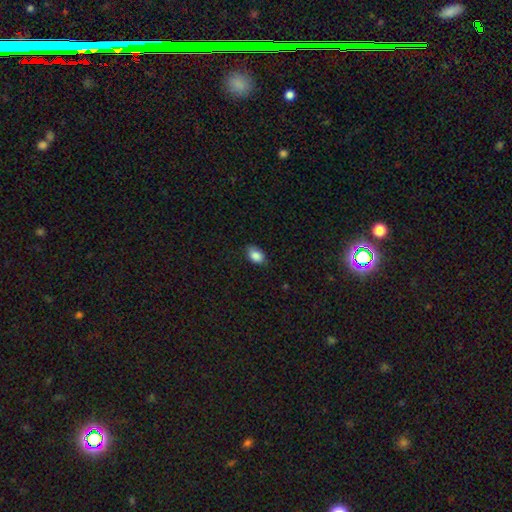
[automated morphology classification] Smooth or featured: smooth — 87% (star or artifact — 8%)
How rounded: in between — 82% (round — 17%)
Merging: none — 76% (minor disturbance — 20%)